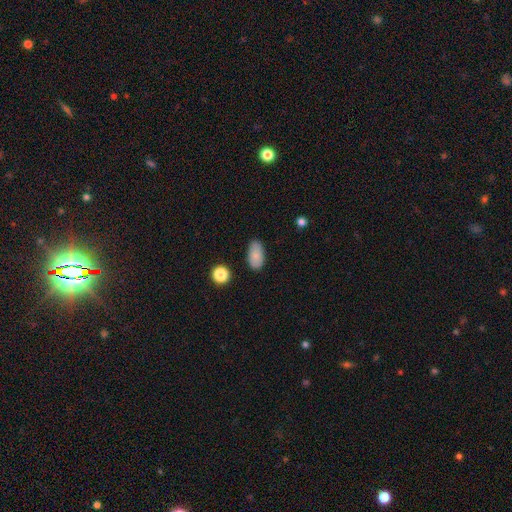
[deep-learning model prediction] Overall: smooth (85%). How rounded: in between (93%). Merging: none (82%).